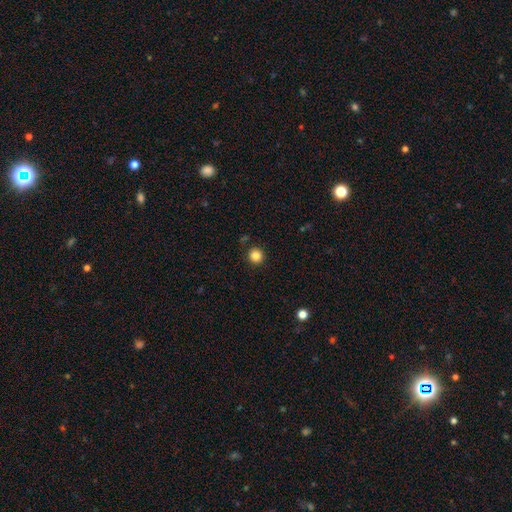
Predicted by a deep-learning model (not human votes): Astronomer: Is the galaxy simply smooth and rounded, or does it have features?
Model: smooth — 85%.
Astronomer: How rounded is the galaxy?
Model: round — 93%.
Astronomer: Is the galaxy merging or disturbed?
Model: none — 90%.